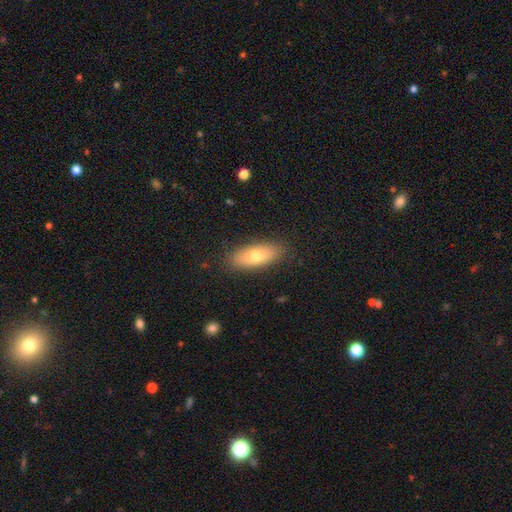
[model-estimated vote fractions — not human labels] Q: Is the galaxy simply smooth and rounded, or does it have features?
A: smooth — 72%.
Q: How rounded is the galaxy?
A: in between — 75%.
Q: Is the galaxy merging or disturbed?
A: none — 87%.